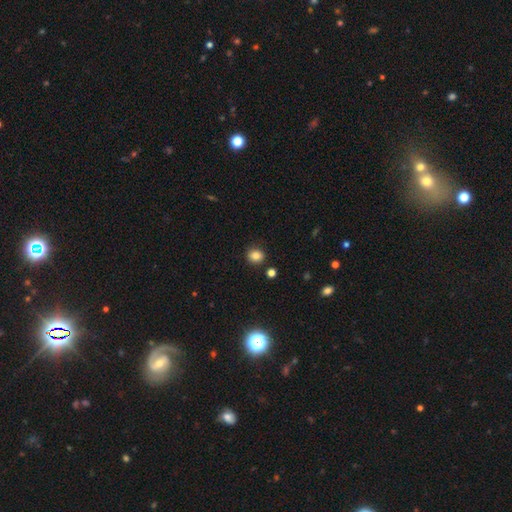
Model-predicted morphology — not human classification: Smooth or featured: smooth — 83% (star or artifact — 12%)
How rounded: round — 82% (in between — 17%)
Merging: none — 87% (minor disturbance — 8%)